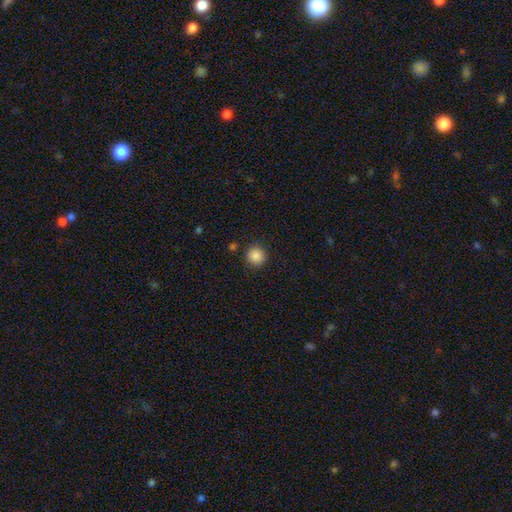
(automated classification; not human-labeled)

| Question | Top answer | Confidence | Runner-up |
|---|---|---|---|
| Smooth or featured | smooth | 87% | star or artifact (9%) |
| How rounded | round | 93% | in between (6%) |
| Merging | none | 87% | minor disturbance (8%) |